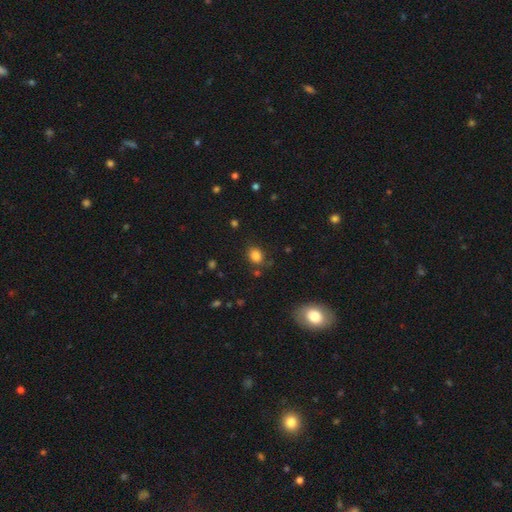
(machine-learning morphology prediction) Overall: smooth (83%). How rounded: round (50%; in between 49%). Merging: none (78%).